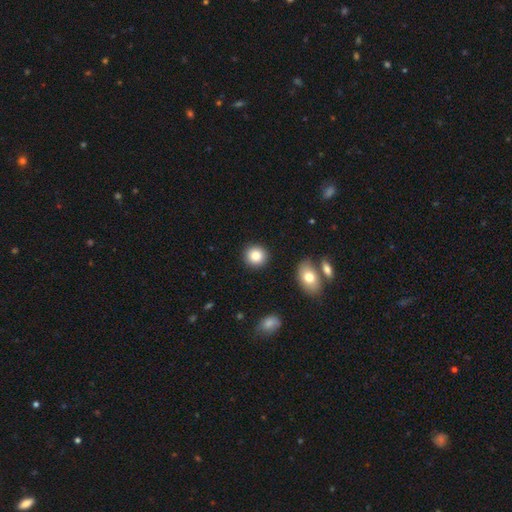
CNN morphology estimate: smooth-or-featured: smooth: 84% | star or artifact: 9% | featured or disk: 7%
  how-rounded: round: 90% | in between: 9% | cigar-shaped: 1%
  merging: none: 90% | minor disturbance: 6% | merger: 2% | major disturbance: 2%